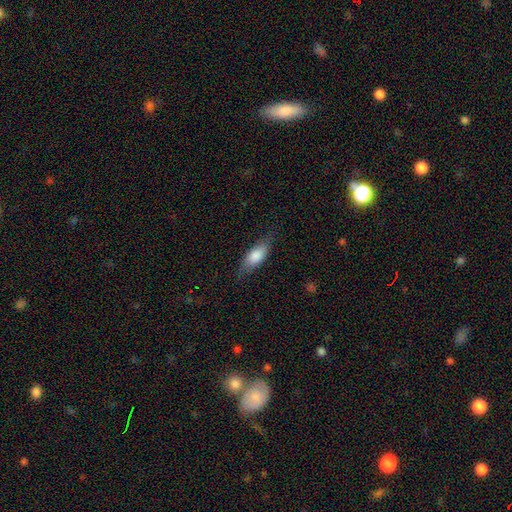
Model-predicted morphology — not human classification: The model was most divided on "how rounded": in between: 75%, cigar-shaped: 23%, round: 3%. More confident: smooth or featured — smooth (78%); merging — none (75%).